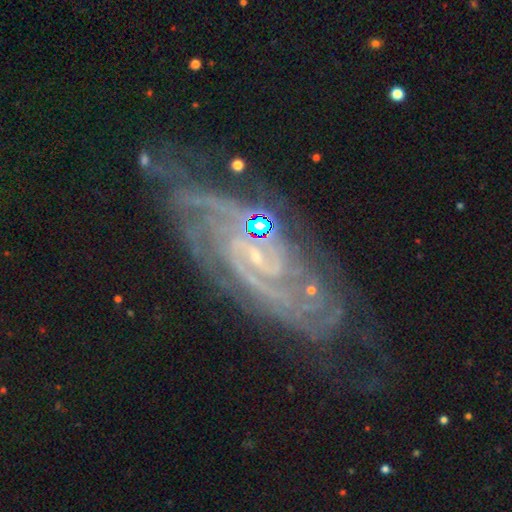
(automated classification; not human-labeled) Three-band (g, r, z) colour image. It shows a featured or disk galaxy (86%) with no bar (45%), 2 (39%) tight (57%) spiral arms (97%) and a small central bulge (76%). Merging: none (72%).